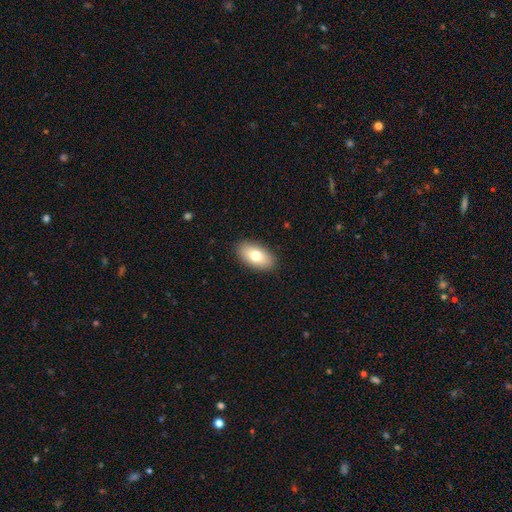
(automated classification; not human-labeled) This appears to be a smooth galaxy with no disk features (75%) that is in between round and cigar-shaped (93%). Merging: none (89%).